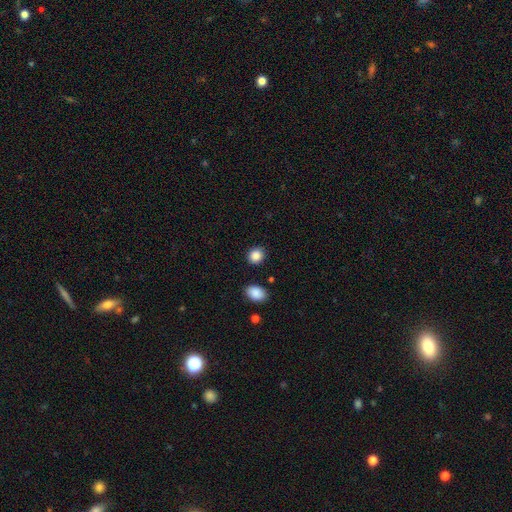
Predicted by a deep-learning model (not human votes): Overall: smooth (87%). How rounded: round (74%). Merging: none (86%).